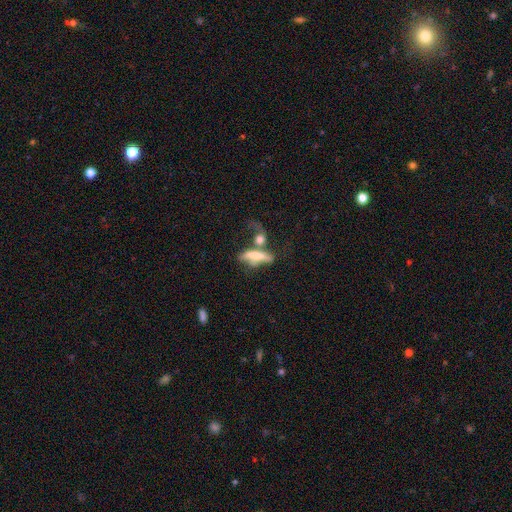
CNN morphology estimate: This appears to be a smooth galaxy with no disk features (52%) that is cigar-shaped (56%). Merging: merger (45%).